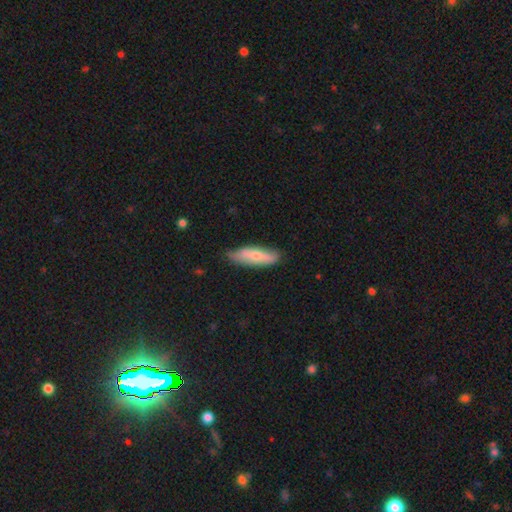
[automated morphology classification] This appears to be a smooth galaxy with no disk features (65%) that is cigar-shaped (52%). Merging: none (71%).